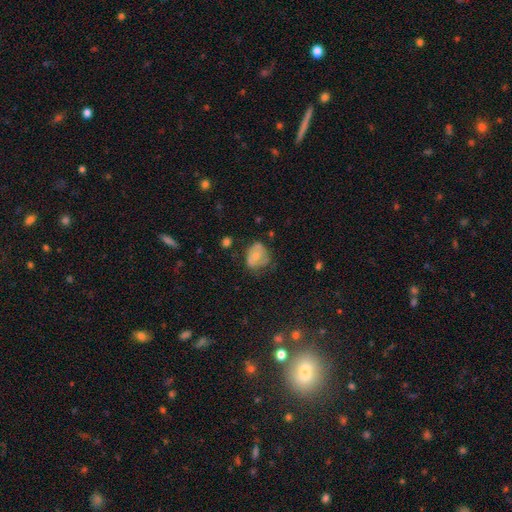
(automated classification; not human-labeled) Smooth or featured? smooth (61%)
How rounded? round (56%)
Merging? none (45%)